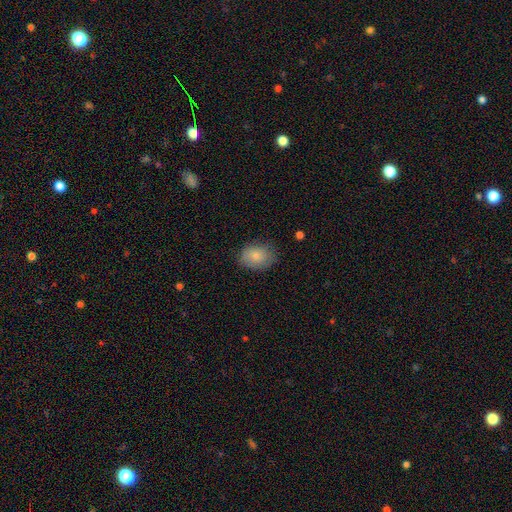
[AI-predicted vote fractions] smooth 81%, featured or disk 11%, star or artifact 8%. Down the decision tree: how rounded — in between (68%); merging — none (75%).